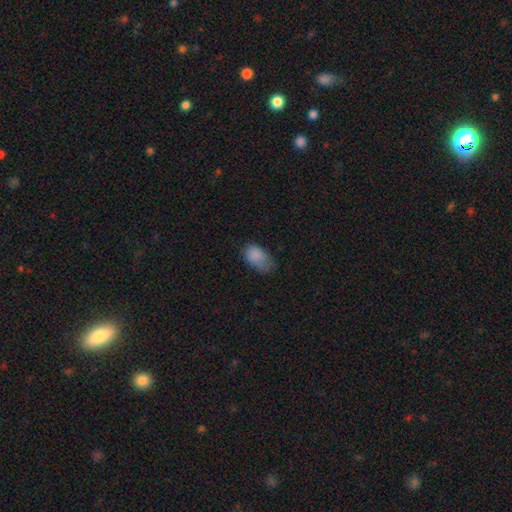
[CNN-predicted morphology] type=smooth (85%); roundness=in between (91%); merging=none (46%).